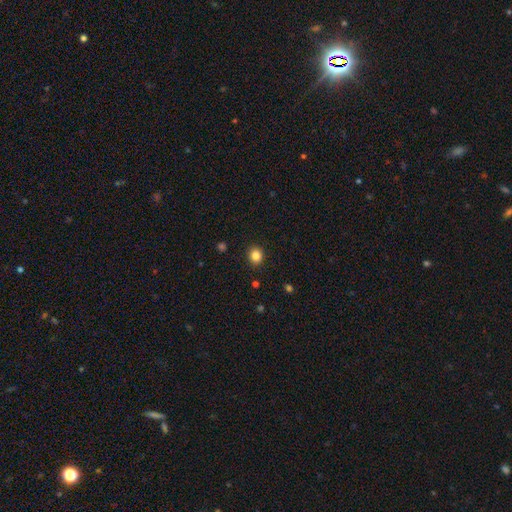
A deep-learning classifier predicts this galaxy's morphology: The model was most divided on "how rounded": round: 76%, in between: 23%, cigar-shaped: 1%. More confident: merging — none (91%); smooth or featured — smooth (84%).